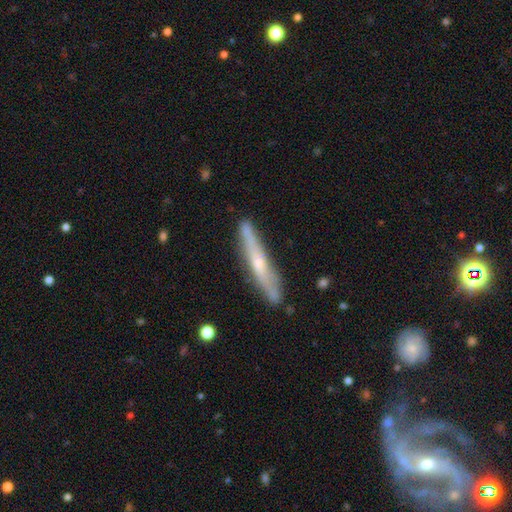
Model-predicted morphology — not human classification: featured or disk 63%, smooth 31%, star or artifact 7%. Down the decision tree: edge-on disk — yes (87%); edge-on bulge — rounded (72%); merging — none (83%).